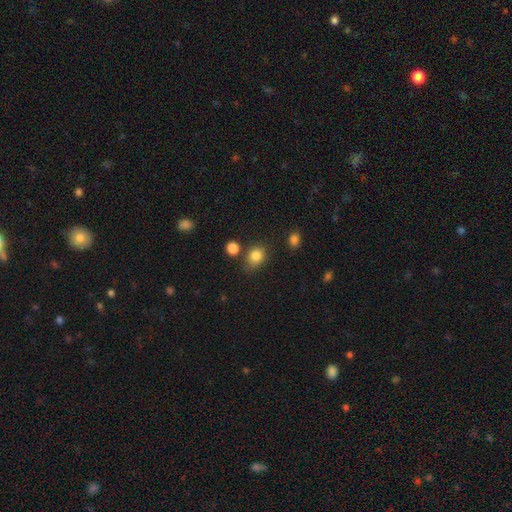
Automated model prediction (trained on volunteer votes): Smooth or featured? smooth (83%)
How rounded? round (54%)
Merging? none (71%)